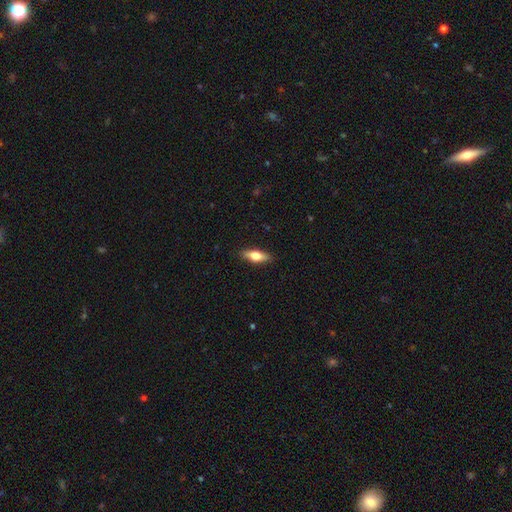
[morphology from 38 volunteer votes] Smooth or featured: smooth — 68% (featured or disk — 26%)
How rounded: in between — 69% (cigar-shaped — 31%)
Merging: none — 89% (minor disturbance — 11%)